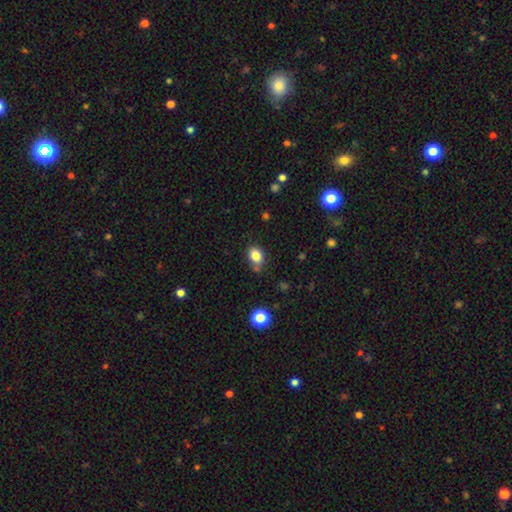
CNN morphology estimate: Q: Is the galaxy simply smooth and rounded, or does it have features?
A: smooth — 83%.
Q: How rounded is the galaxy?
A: in between — 60%.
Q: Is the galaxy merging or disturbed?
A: none — 71%.